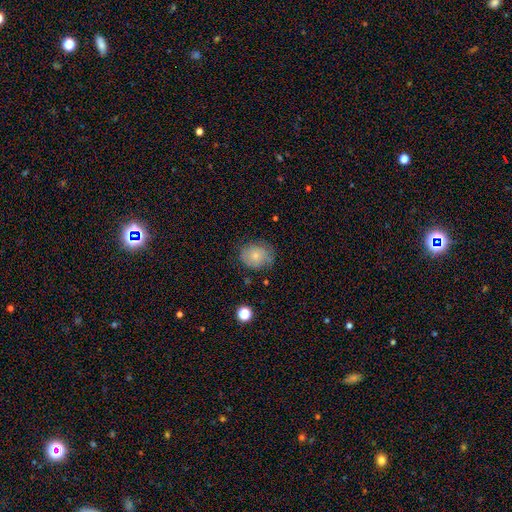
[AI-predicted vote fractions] A smooth galaxy with no disk features (70%) that is round (63%). Merging: none (70%).